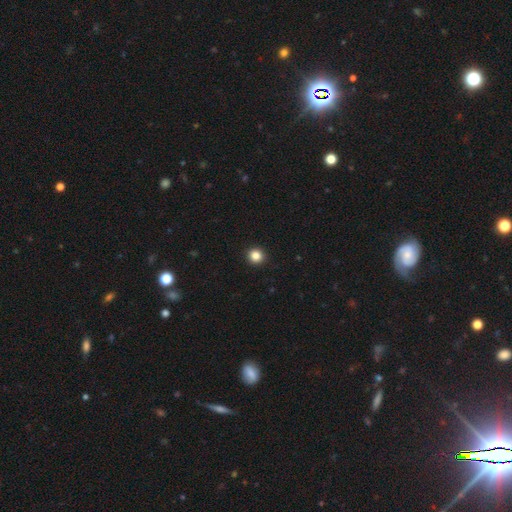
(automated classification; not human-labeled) The model was most divided on "smooth or featured": smooth: 84%, star or artifact: 12%, featured or disk: 4%. More confident: how rounded — round (94%); merging — none (94%).